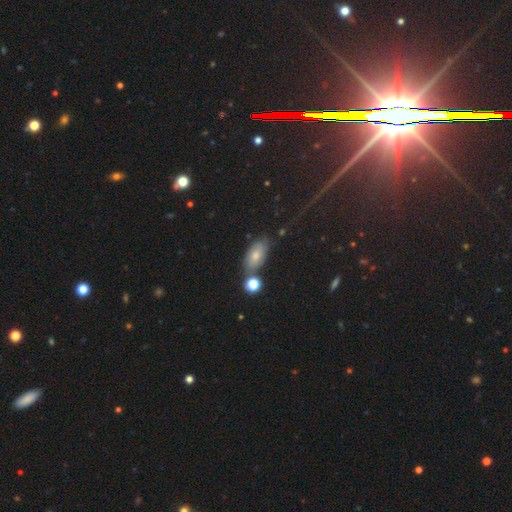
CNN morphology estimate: Smooth or featured?
  - smooth: 71% *
  - featured or disk: 17%
  - star or artifact: 11%
How rounded?
  - in between: 88% *
  - round: 6%
  - cigar-shaped: 6%
Merging?
  - none: 65% *
  - minor disturbance: 18%
  - merger: 11%
  - major disturbance: 6%